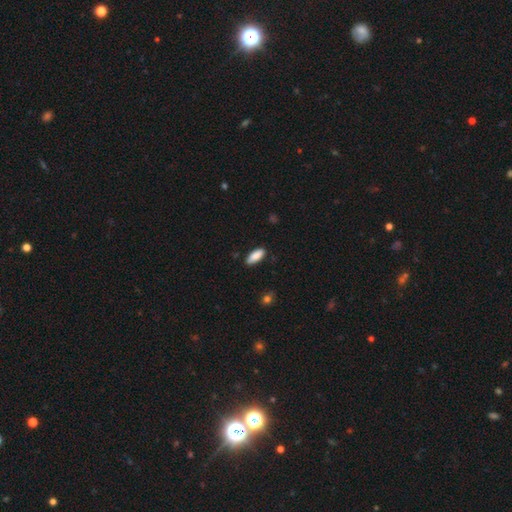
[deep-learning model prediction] Smooth or featured?
  - smooth: 88% *
  - star or artifact: 6%
  - featured or disk: 6%
How rounded?
  - in between: 79% *
  - cigar-shaped: 20%
  - round: 2%
Merging?
  - none: 85% *
  - minor disturbance: 12%
  - major disturbance: 2%
  - merger: 1%